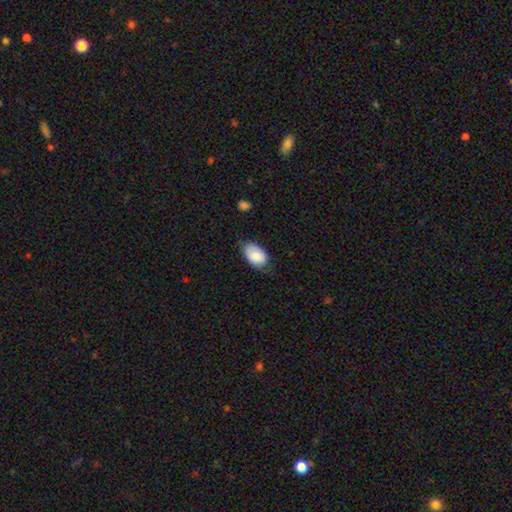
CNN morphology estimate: type=smooth (81%); roundness=in between (90%); merging=none (60%).